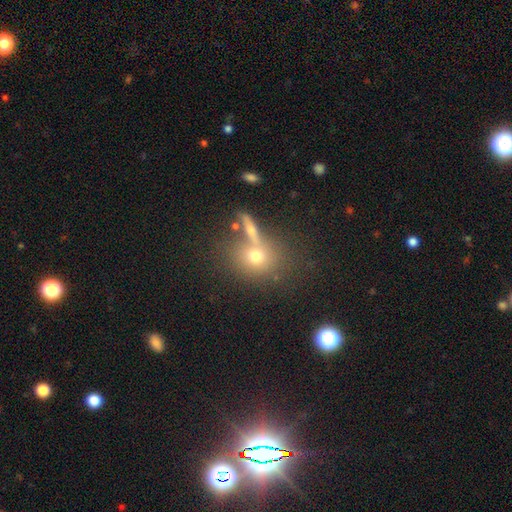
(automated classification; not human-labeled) The model was most divided on "merging": none: 52%, merger: 29%, minor disturbance: 11%, major disturbance: 7%. More confident: how rounded — round (71%); smooth or featured — smooth (65%).